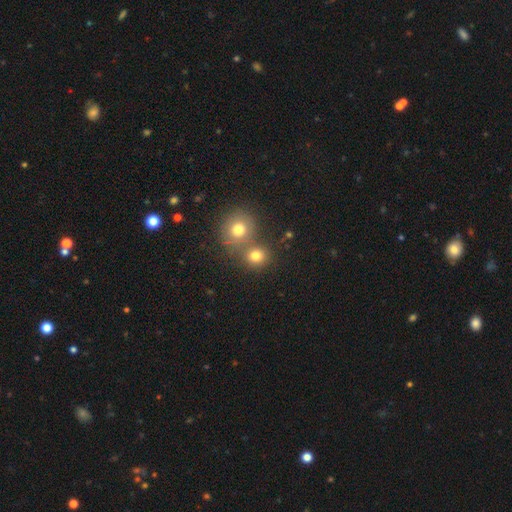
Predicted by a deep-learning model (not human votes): Smooth or featured? smooth (77%)
How rounded? round (82%)
Merging? none (53%)